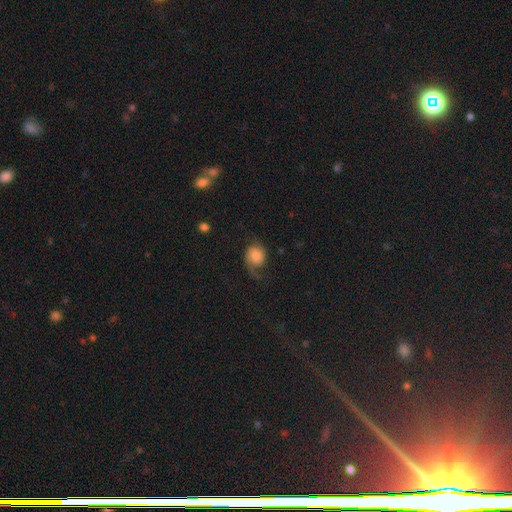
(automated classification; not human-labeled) A featured or disk galaxy (46%).

Vote fractions:
- Smooth or featured? featured or disk: 46% / smooth: 45% / star or artifact: 10%
- Merging? none: 49% / major disturbance: 26% / minor disturbance: 24% / merger: 2%